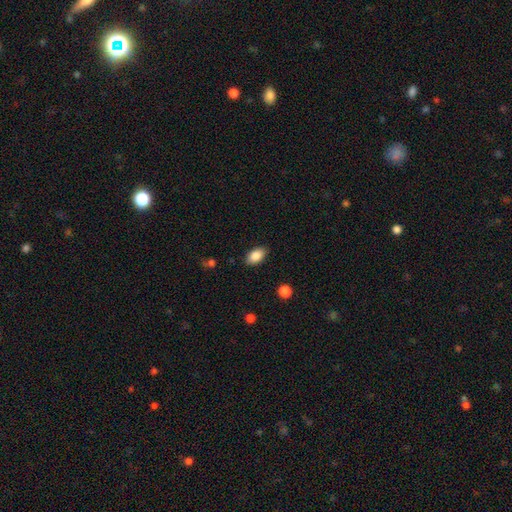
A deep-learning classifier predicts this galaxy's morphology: Smooth or featured?
  - smooth: 87% *
  - star or artifact: 8%
  - featured or disk: 5%
How rounded?
  - in between: 91% *
  - round: 7%
  - cigar-shaped: 2%
Merging?
  - none: 87% *
  - minor disturbance: 10%
  - major disturbance: 2%
  - merger: 1%